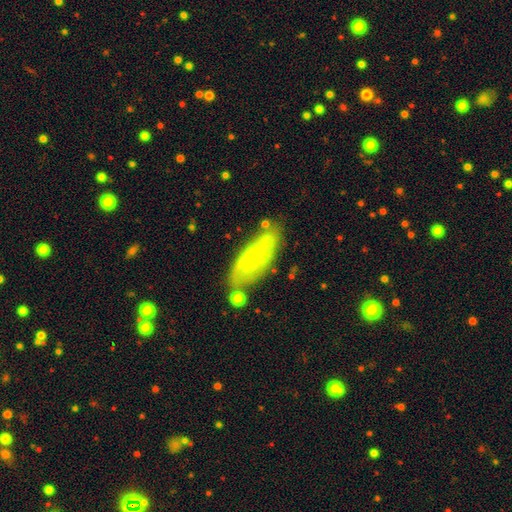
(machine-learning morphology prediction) Smooth or featured? Predicted: smooth (p=0.49). Merging? Predicted: none (p=0.74).